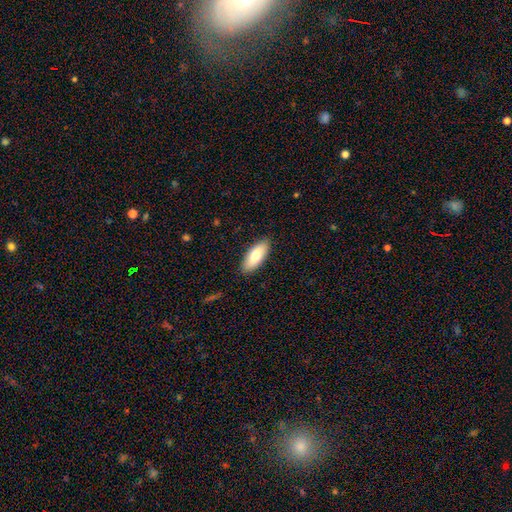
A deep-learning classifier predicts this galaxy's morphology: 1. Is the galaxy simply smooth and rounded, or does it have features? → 77% smooth, 18% featured or disk, 6% star or artifact.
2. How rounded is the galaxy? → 82% in between, 16% cigar-shaped, 2% round.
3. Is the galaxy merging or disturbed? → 88% none, 9% minor disturbance, 2% major disturbance, 1% merger.